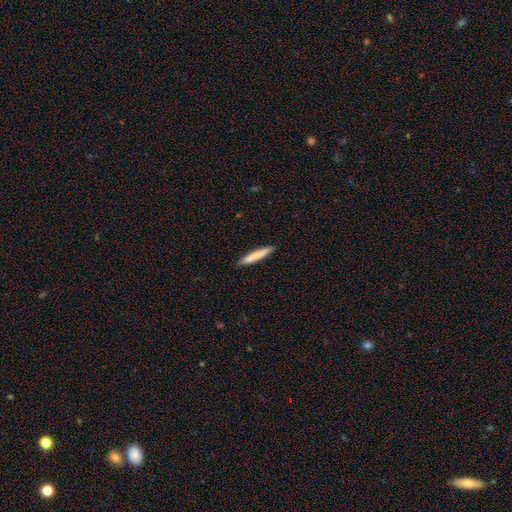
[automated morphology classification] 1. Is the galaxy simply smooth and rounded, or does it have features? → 78% smooth, 16% featured or disk, 5% star or artifact.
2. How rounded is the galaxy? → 95% cigar-shaped, 4% in between, 1% round.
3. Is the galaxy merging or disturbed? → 92% none, 6% minor disturbance, 1% major disturbance, 1% merger.